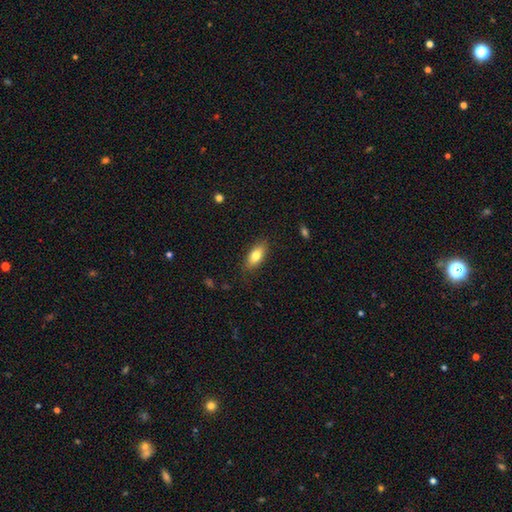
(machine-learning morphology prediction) Smooth or featured?
  - smooth: 79% *
  - featured or disk: 14%
  - star or artifact: 7%
How rounded?
  - in between: 84% *
  - cigar-shaped: 12%
  - round: 4%
Merging?
  - none: 82% *
  - minor disturbance: 14%
  - major disturbance: 3%
  - merger: 1%